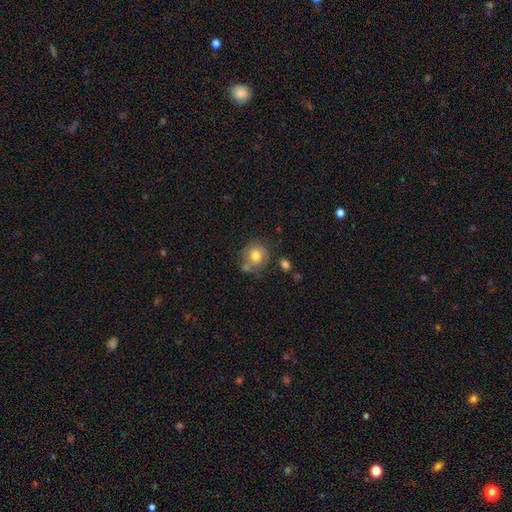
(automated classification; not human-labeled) Q: Smooth or featured?
A: smooth (70%); runner-up: featured or disk (22%)
Q: How rounded?
A: round (79%); runner-up: in between (20%)
Q: Merging?
A: none (56%); runner-up: minor disturbance (20%)